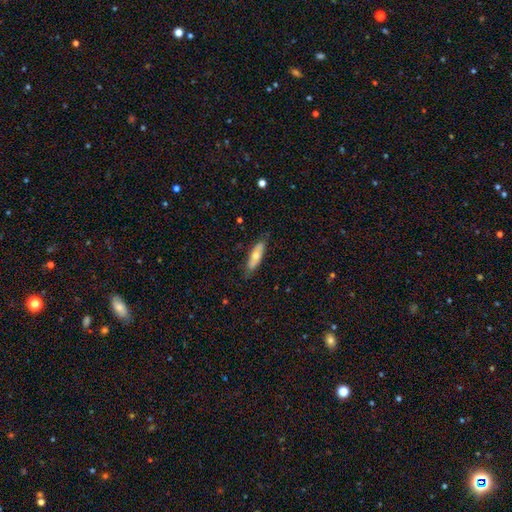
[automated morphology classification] type=smooth (54%); roundness=cigar-shaped (50%); merging=none (79%).